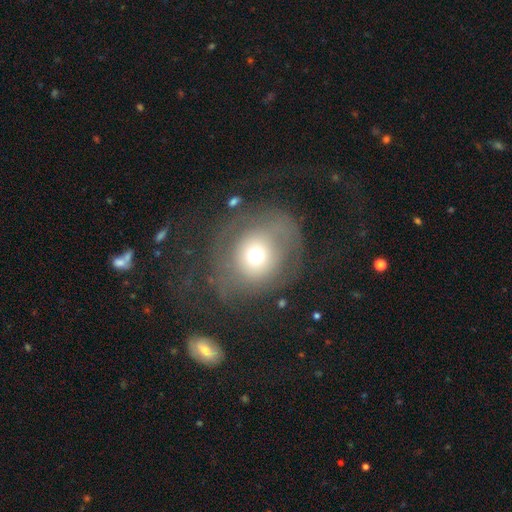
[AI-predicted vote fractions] A smooth galaxy with no disk features (51%) that is round (85%). Merging: none (54%).